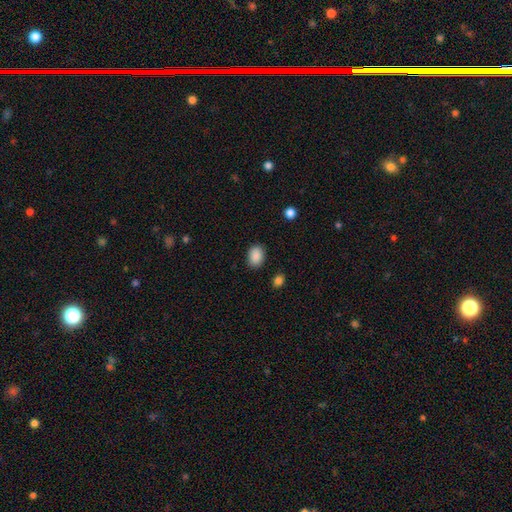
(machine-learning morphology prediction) smooth_or_featured: smooth (p=0.89) [alt: star or artifact p=0.08]
how_rounded: in between (p=0.73) [alt: round p=0.26]
merging: none (p=0.87) [alt: minor disturbance p=0.09]